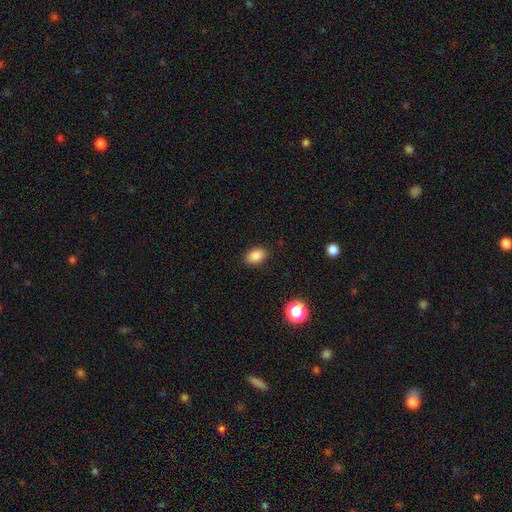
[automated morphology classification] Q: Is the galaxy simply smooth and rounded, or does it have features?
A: smooth — 87%.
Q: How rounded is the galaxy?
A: in between — 84%.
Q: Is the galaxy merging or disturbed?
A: none — 87%.